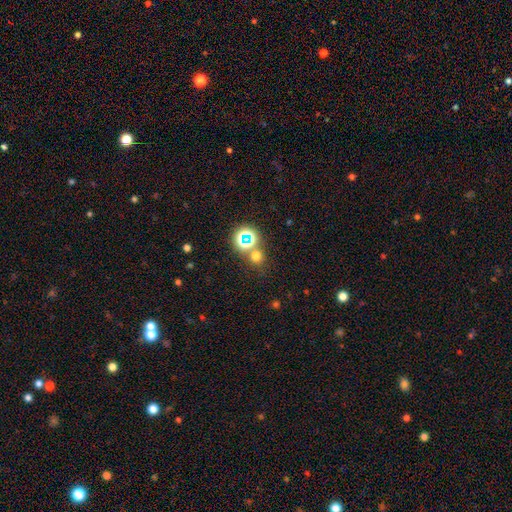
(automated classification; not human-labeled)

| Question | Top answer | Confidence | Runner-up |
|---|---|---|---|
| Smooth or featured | smooth | 59% | star or artifact (34%) |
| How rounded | round | 89% | in between (10%) |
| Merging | none | 71% | merger (18%) |